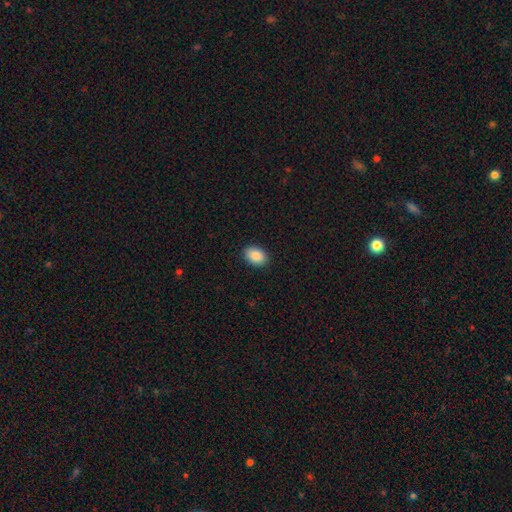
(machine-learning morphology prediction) smooth_or_featured: smooth (p=0.89) [alt: star or artifact p=0.07]
how_rounded: in between (p=0.83) [alt: round p=0.16]
merging: none (p=0.90) [alt: minor disturbance p=0.07]